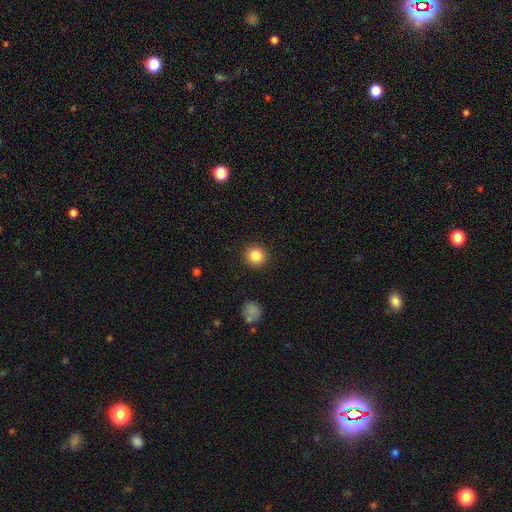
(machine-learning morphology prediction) Q: Smooth or featured?
A: smooth (85%); runner-up: star or artifact (10%)
Q: How rounded?
A: round (94%); runner-up: in between (5%)
Q: Merging?
A: none (91%); runner-up: minor disturbance (6%)